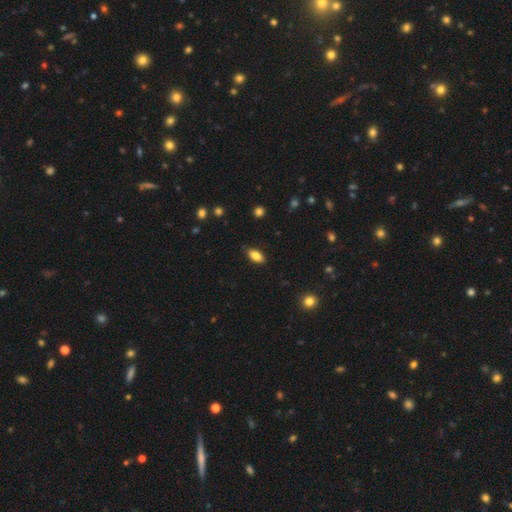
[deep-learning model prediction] This appears to be a smooth galaxy with no disk features (83%) that is in between round and cigar-shaped (88%). Merging: none (81%).